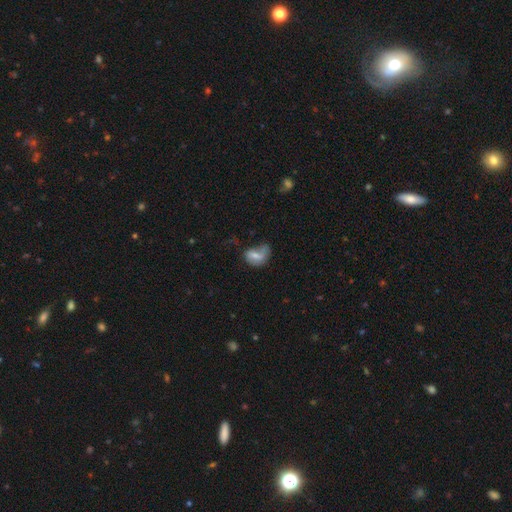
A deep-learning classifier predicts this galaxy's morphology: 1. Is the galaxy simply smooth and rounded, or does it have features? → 54% smooth, 37% featured or disk, 9% star or artifact.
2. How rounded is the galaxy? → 75% in between, 23% round, 2% cigar-shaped.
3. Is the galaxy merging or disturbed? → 32% none, 29% minor disturbance, 28% major disturbance, 11% merger.